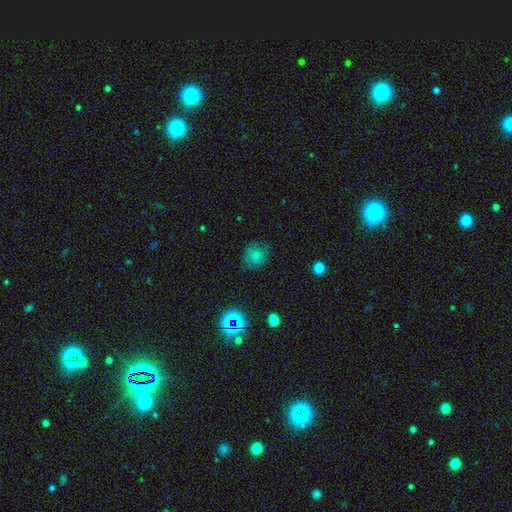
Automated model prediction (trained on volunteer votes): This is likely a smooth galaxy (74%). How rounded: clearly round (84%). Merging: likely none (72%).